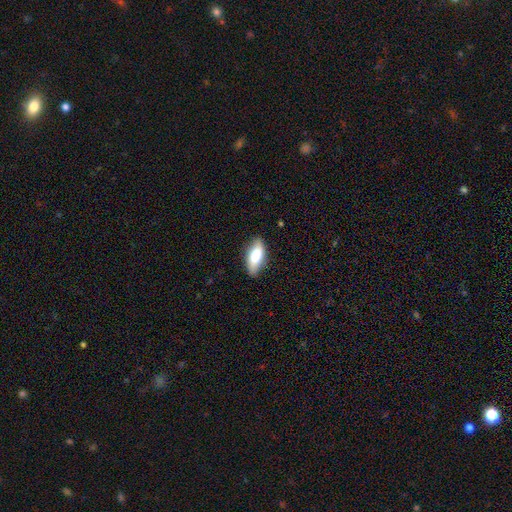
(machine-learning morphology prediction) The model was most divided on "smooth or featured": smooth: 76%, featured or disk: 18%, star or artifact: 6%. More confident: merging — none (81%); how rounded — in between (80%).